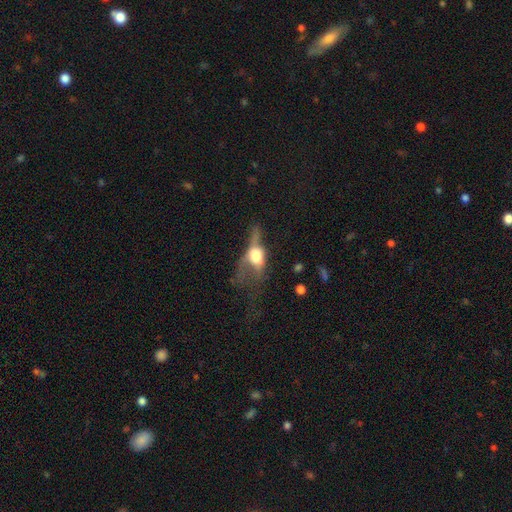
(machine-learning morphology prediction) Smooth or featured? smooth (45%)
Merging? major disturbance (60%)